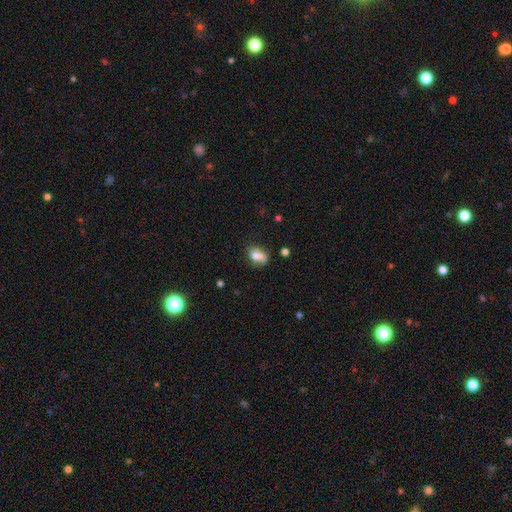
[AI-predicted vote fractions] Smooth or featured?
  - smooth: 63% *
  - featured or disk: 26%
  - star or artifact: 10%
How rounded?
  - in between: 74% *
  - round: 21%
  - cigar-shaped: 5%
Merging?
  - none: 48% *
  - minor disturbance: 26%
  - merger: 15%
  - major disturbance: 11%